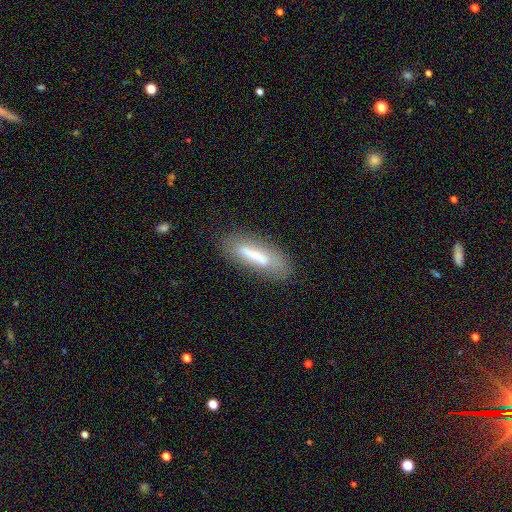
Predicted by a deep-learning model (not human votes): Smooth or featured: smooth — 61% (featured or disk — 31%)
How rounded: cigar-shaped — 69% (in between — 30%)
Merging: none — 71% (minor disturbance — 19%)